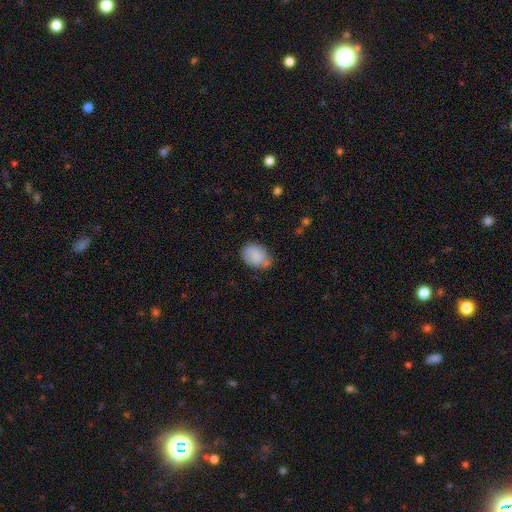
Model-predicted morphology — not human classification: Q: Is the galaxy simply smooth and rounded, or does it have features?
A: smooth — 77%.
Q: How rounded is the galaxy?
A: in between — 73%.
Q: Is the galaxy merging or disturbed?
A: none — 59%.